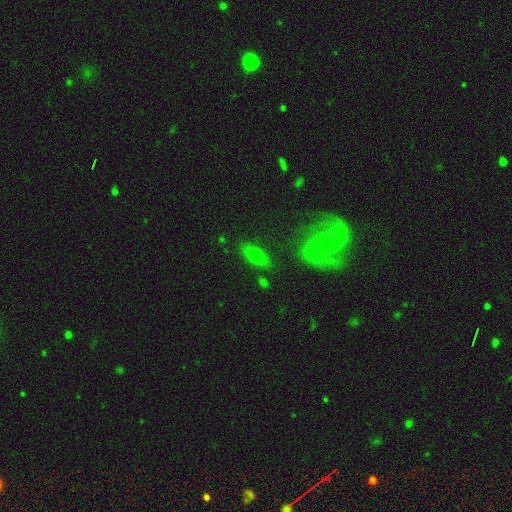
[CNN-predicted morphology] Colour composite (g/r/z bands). It shows a smooth galaxy with no disk features (60%) that is in between round and cigar-shaped (70%). Merging: none (79%).